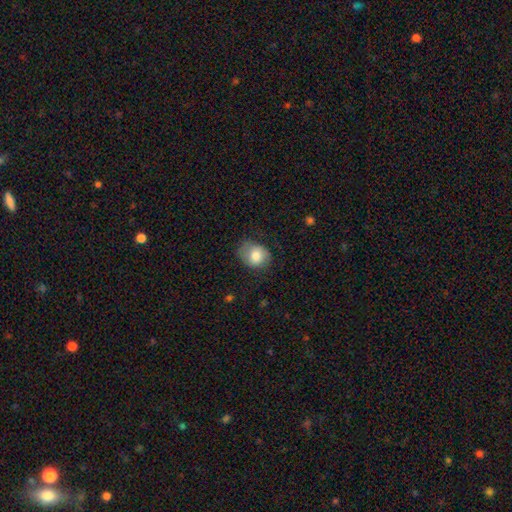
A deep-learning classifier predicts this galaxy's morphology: smooth 74%, featured or disk 19%, star or artifact 8%. Down the decision tree: how rounded — round (53%); merging — none (64%).